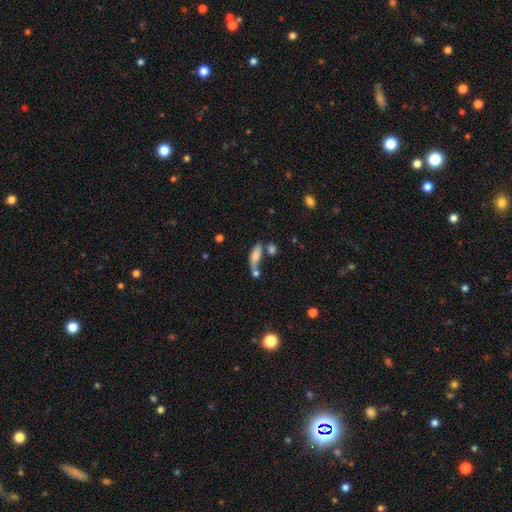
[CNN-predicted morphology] smooth_or_featured: smooth (p=0.73) [alt: featured or disk p=0.18]
how_rounded: in between (p=0.62) [alt: cigar-shaped p=0.35]
merging: none (p=0.41) [alt: merger p=0.32]